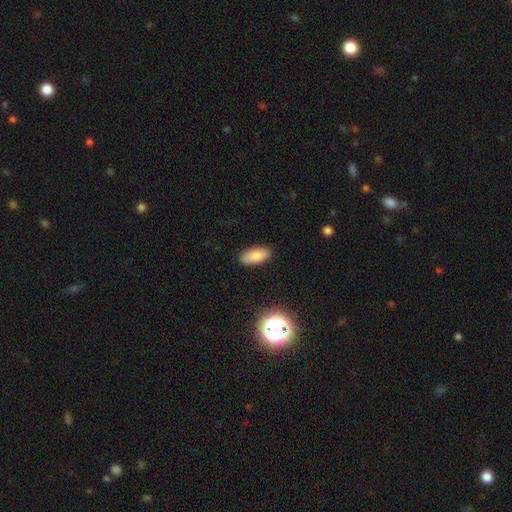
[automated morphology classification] The model was most divided on "smooth or featured": smooth: 82%, star or artifact: 9%, featured or disk: 8%. More confident: how rounded — in between (88%); merging — none (87%).